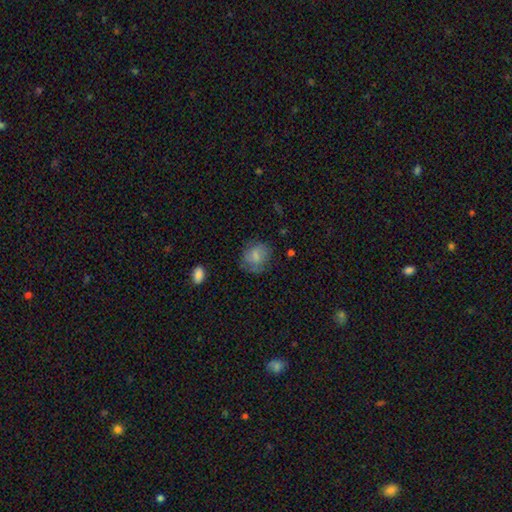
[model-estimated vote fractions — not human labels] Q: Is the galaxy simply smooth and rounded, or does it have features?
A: smooth — 72%.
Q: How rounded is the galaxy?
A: round — 64%.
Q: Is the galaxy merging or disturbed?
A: none — 65%.